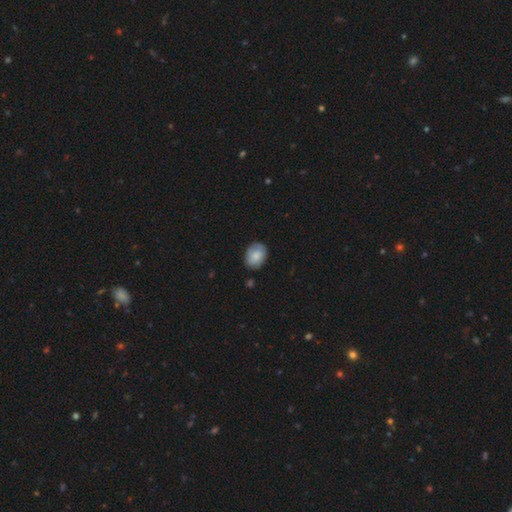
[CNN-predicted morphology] smooth-or-featured: smooth: 77% | featured or disk: 16% | star or artifact: 7%
  how-rounded: in between: 67% | round: 32% | cigar-shaped: 1%
  merging: none: 78% | minor disturbance: 18% | major disturbance: 3% | merger: 2%